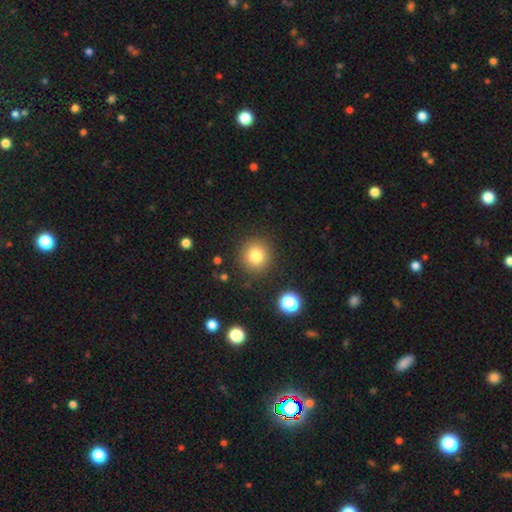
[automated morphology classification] This is clearly a smooth galaxy (80%). How rounded: clearly round (93%). Merging: clearly none (89%).